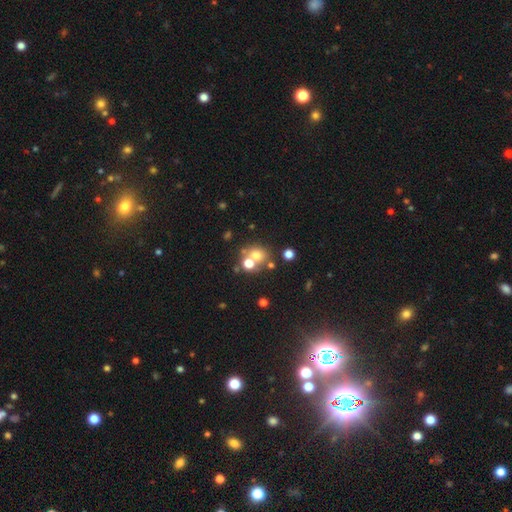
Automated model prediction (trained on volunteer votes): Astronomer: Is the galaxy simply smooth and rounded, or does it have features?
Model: smooth — 66%.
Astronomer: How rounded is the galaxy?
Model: round — 74%.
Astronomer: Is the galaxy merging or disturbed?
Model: none — 48% (runner-up: merger, 39%).